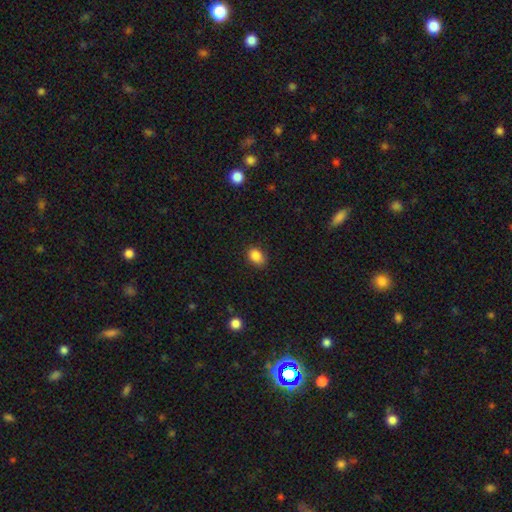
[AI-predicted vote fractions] Morphology: type=smooth (85%); roundness=in between (66%); merging=none (83%).